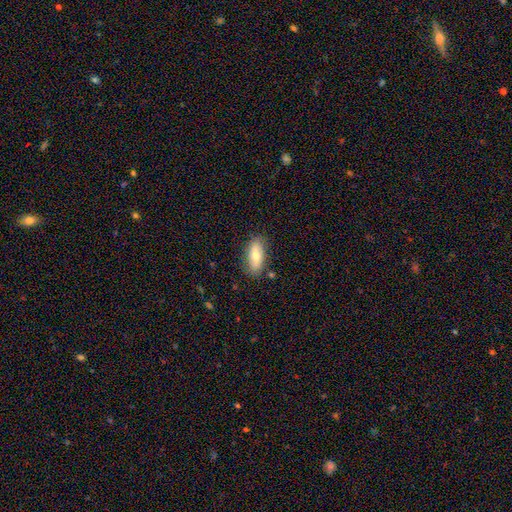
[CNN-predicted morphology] Smooth or featured? Predicted: smooth (p=0.67). How rounded? Predicted: in between (p=0.84). Merging? Predicted: none (p=0.82).